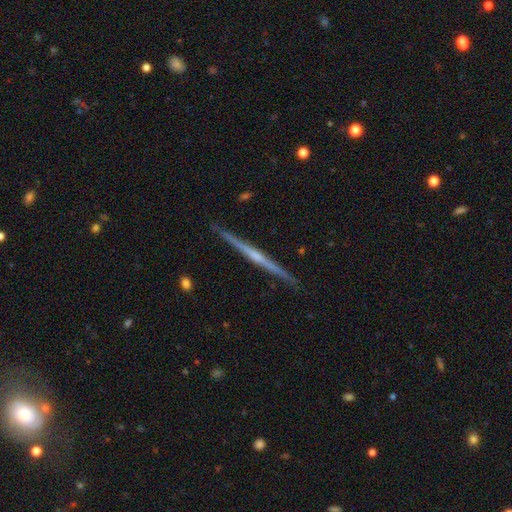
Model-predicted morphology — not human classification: type=featured or disk (81%); edge-on=yes (99%); edge-on bulge=rounded (61%); merging=none (92%).